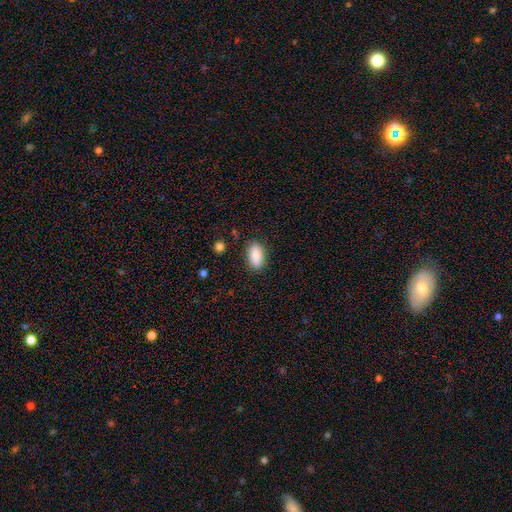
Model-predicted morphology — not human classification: Smooth or featured?
  - smooth: 87% *
  - star or artifact: 7%
  - featured or disk: 6%
How rounded?
  - in between: 87% *
  - cigar-shaped: 10%
  - round: 4%
Merging?
  - none: 85% *
  - minor disturbance: 11%
  - major disturbance: 3%
  - merger: 2%